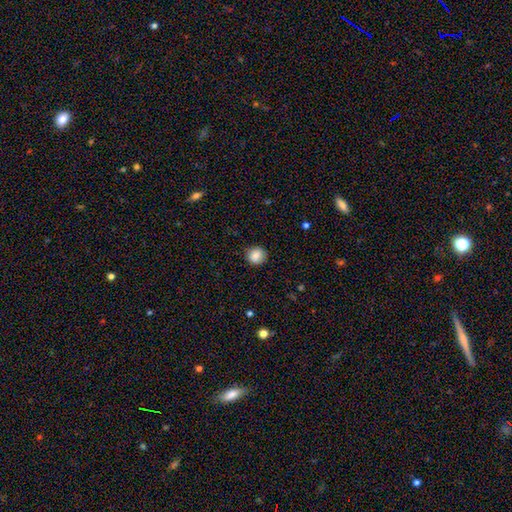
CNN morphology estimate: A smooth galaxy with no disk features (85%) that is round (89%). Merging: none (88%).